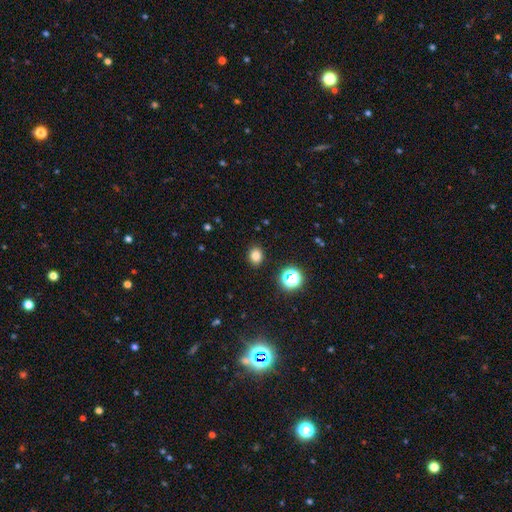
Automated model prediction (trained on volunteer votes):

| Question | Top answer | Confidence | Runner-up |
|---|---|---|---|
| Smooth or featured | smooth | 80% | star or artifact (15%) |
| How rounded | round | 57% | in between (43%) |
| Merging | none | 89% | minor disturbance (7%) |